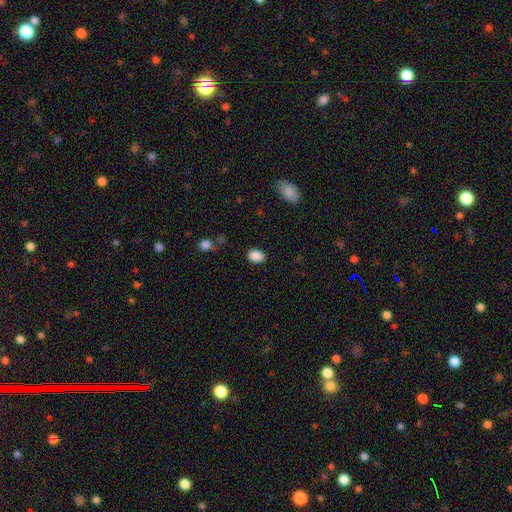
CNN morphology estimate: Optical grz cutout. It shows a smooth galaxy with no disk features (88%) that is in between round and cigar-shaped (75%). Merging: none (85%).